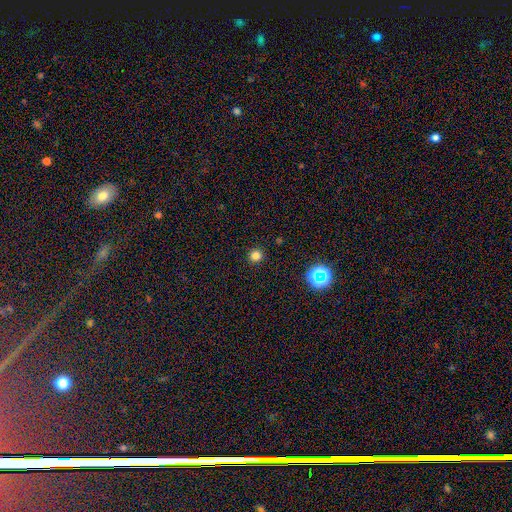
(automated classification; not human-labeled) Smooth or featured? Predicted: smooth (p=0.79). How rounded? Predicted: round (p=0.95). Merging? Predicted: none (p=0.92).